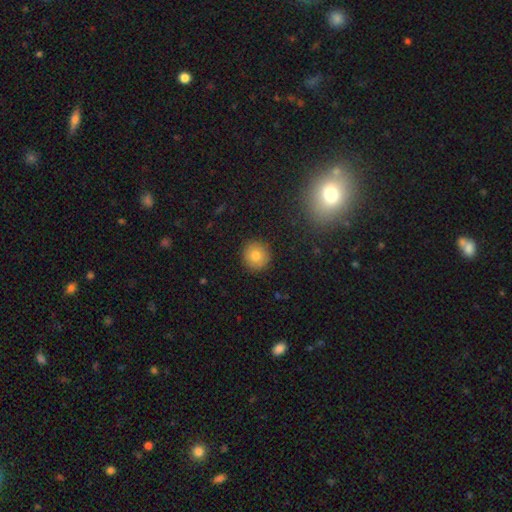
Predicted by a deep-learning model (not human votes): The model was most divided on "smooth or featured": smooth: 79%, star or artifact: 10%, featured or disk: 10%. More confident: how rounded — round (94%); merging — none (91%).